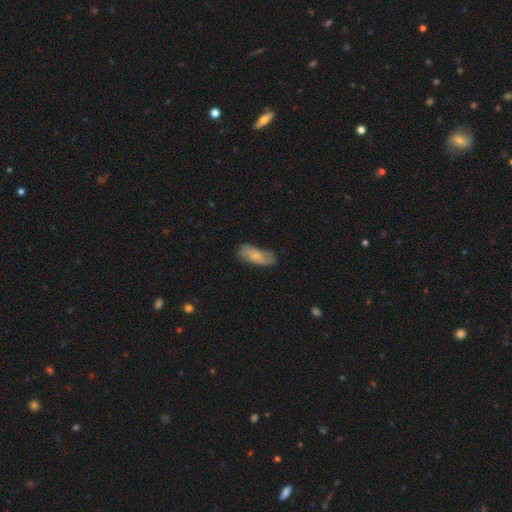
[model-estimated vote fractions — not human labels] This is likely a smooth galaxy (63%). How rounded: likely in between (76%). Merging: likely none (68%).